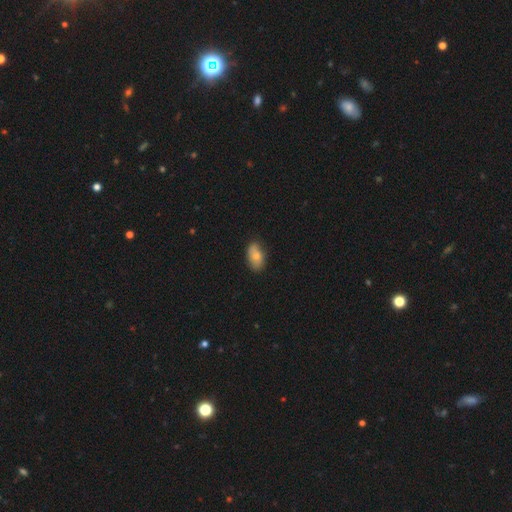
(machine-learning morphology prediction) This appears to be a smooth galaxy with no disk features (75%) that is in between round and cigar-shaped (91%). Merging: none (75%).